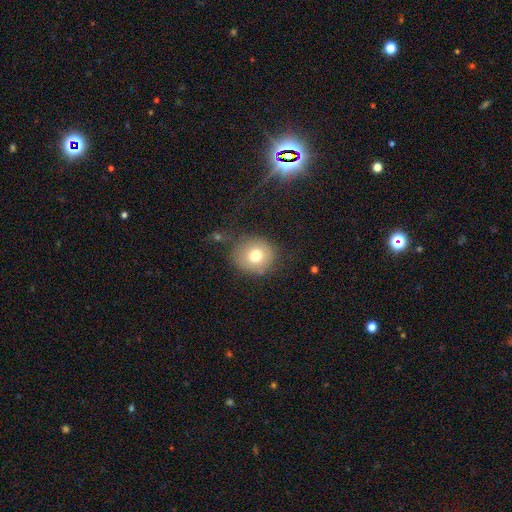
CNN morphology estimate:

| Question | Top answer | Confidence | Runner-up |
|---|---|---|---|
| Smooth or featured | smooth | 73% | featured or disk (16%) |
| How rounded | round | 85% | in between (14%) |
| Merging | none | 73% | minor disturbance (15%) |